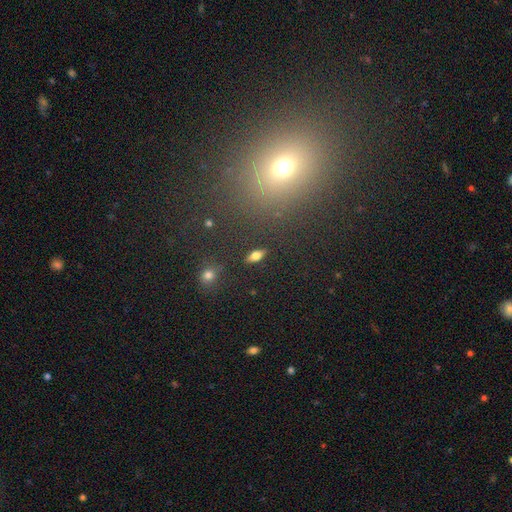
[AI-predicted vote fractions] The model was most divided on "smooth or featured": smooth: 67%, featured or disk: 22%, star or artifact: 11%. More confident: merging — none (88%); how rounded — in between (78%).